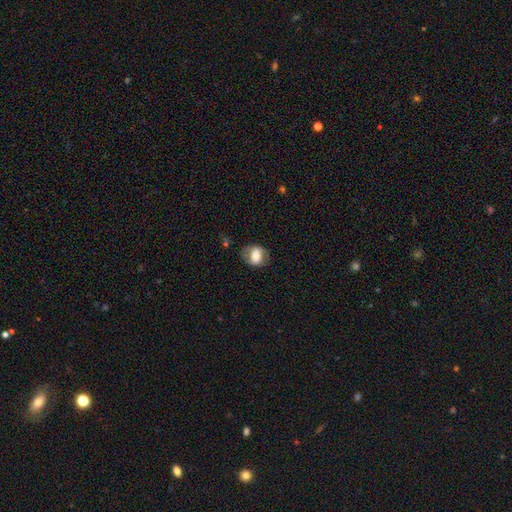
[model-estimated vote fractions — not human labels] A smooth galaxy with no disk features (58%) that is in between round and cigar-shaped (61%). Merging: none (68%).